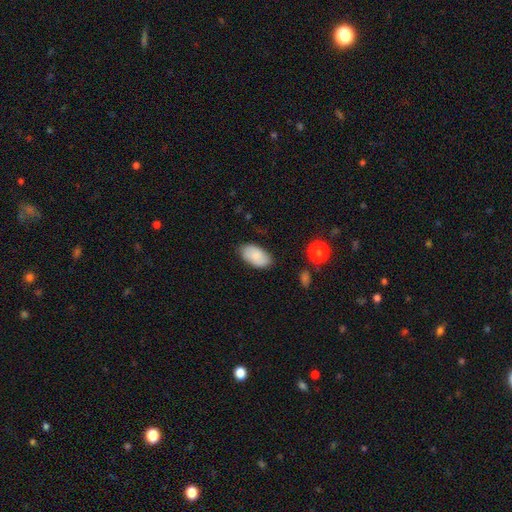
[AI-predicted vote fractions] smooth-or-featured: smooth: 83% | featured or disk: 11% | star or artifact: 7%
  how-rounded: in between: 95% | round: 3% | cigar-shaped: 2%
  merging: none: 81% | minor disturbance: 15% | major disturbance: 3% | merger: 2%